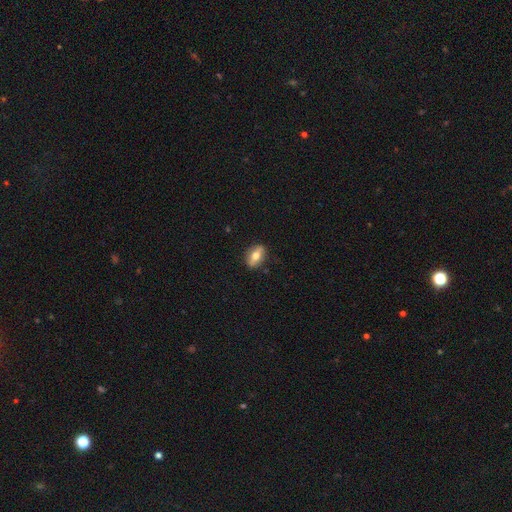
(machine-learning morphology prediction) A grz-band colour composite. It shows a smooth galaxy with no disk features (56%) that is in between round and cigar-shaped (78%). Merging: none (84%).